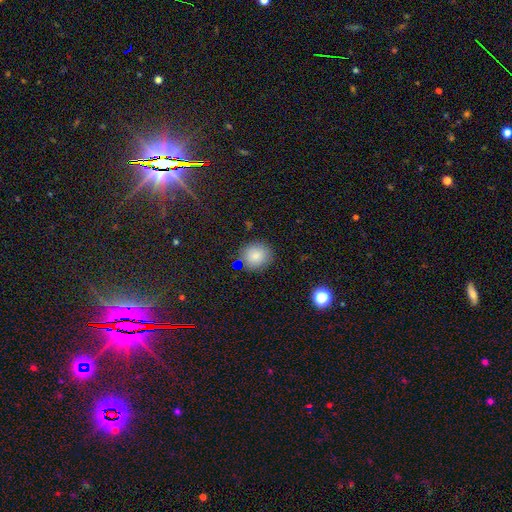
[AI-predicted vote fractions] smooth_or_featured: smooth (p=0.83) [alt: star or artifact p=0.11]
how_rounded: round (p=0.85) [alt: in between p=0.14]
merging: none (p=0.83) [alt: minor disturbance p=0.10]